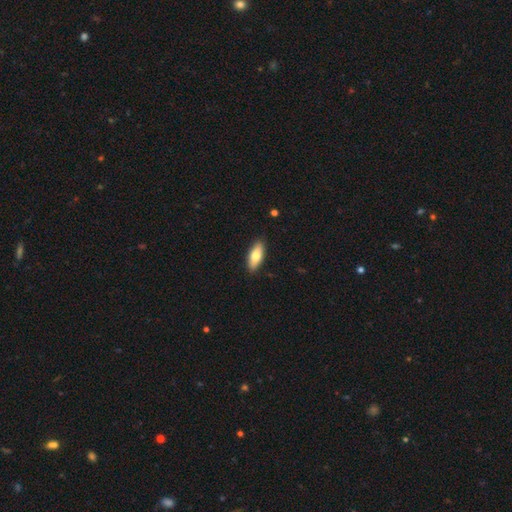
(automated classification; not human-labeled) smooth_or_featured: smooth (p=0.74) [alt: featured or disk p=0.20]
how_rounded: in between (p=0.74) [alt: cigar-shaped p=0.24]
merging: none (p=0.90) [alt: minor disturbance p=0.08]